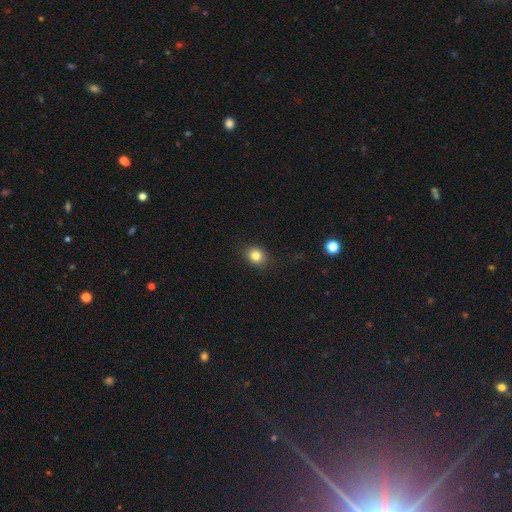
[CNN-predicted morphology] smooth 82%, star or artifact 11%, featured or disk 7%. Down the decision tree: how rounded — round (65%); merging — none (87%).